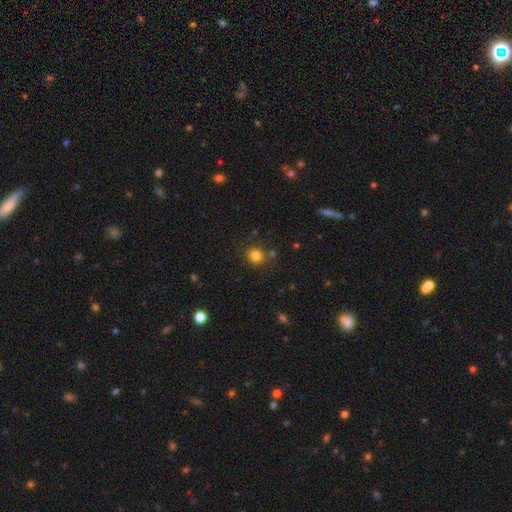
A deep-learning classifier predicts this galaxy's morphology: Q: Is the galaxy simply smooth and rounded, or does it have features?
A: smooth — 81%.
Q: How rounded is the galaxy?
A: round — 86%.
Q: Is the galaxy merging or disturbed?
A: none — 80%.